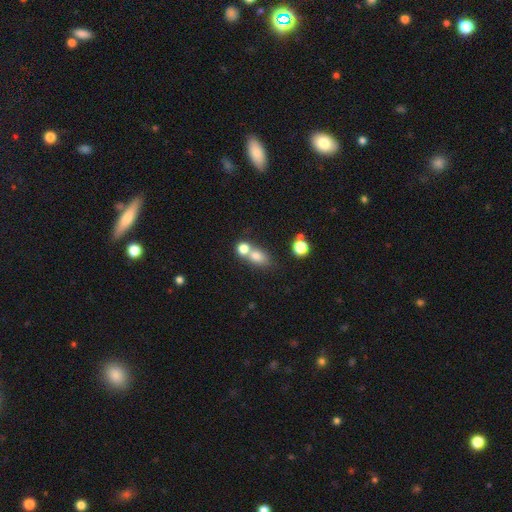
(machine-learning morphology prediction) Smooth or featured? Predicted: smooth (p=0.75). How rounded? Predicted: in between (p=0.57). Merging? Predicted: merger (p=0.55).